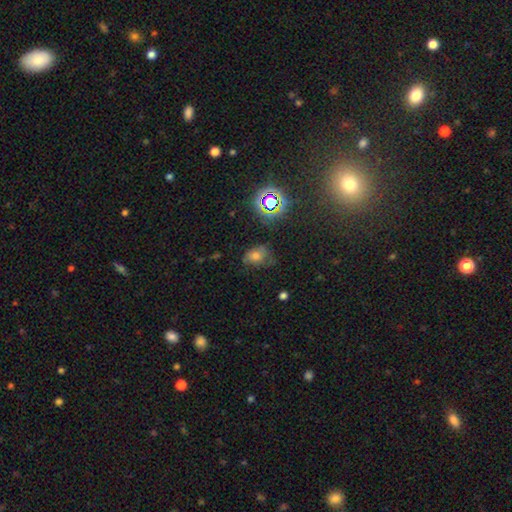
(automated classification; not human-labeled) Morphology: type=smooth (54%); roundness=in between (62%); merging=none (54%).